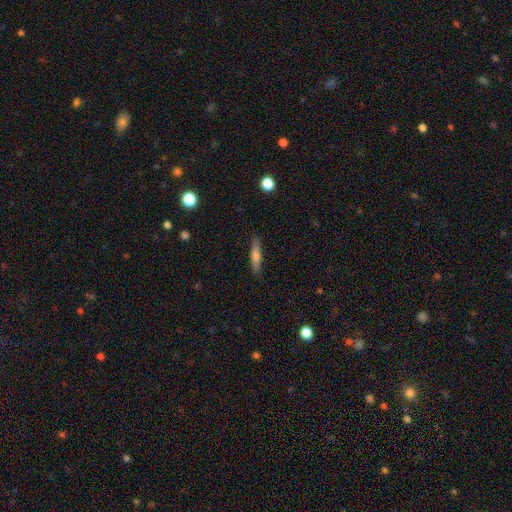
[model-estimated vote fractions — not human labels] The model was most divided on "smooth or featured": smooth: 61%, featured or disk: 32%, star or artifact: 7%. More confident: merging — none (88%); how rounded — cigar-shaped (84%).